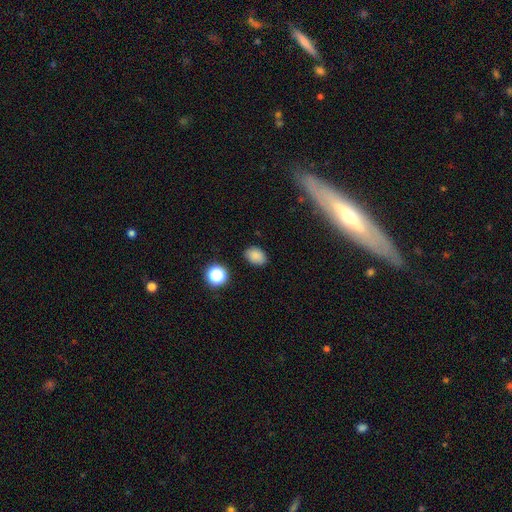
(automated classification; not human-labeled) The model was most divided on "how rounded": in between: 76%, round: 23%, cigar-shaped: 1%. More confident: smooth or featured — smooth (83%); merging — none (82%).